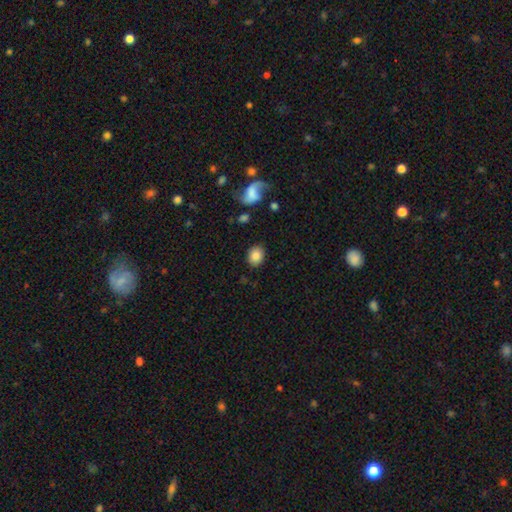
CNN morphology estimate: smooth_or_featured: smooth (p=0.84) [alt: star or artifact p=0.08]
how_rounded: round (p=0.54) [alt: in between p=0.45]
merging: none (p=0.84) [alt: minor disturbance p=0.10]